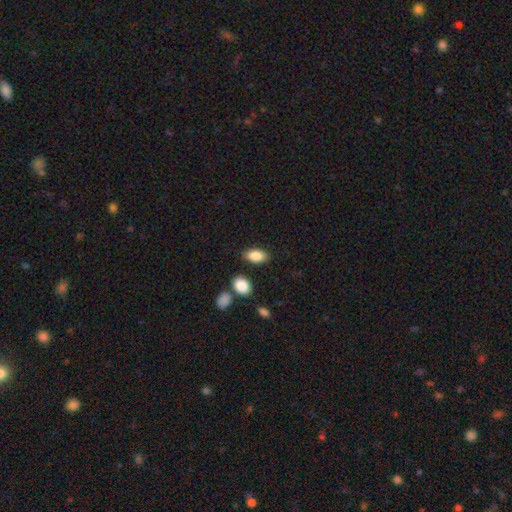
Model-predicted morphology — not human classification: Smooth or featured?
  - smooth: 86% *
  - featured or disk: 7%
  - star or artifact: 7%
How rounded?
  - in between: 92% *
  - round: 5%
  - cigar-shaped: 3%
Merging?
  - none: 83% *
  - minor disturbance: 10%
  - merger: 5%
  - major disturbance: 3%